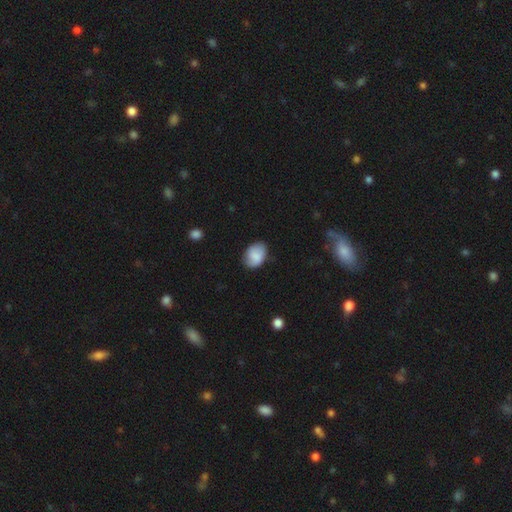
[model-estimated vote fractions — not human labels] The model was most divided on "how rounded": in between: 76%, round: 23%, cigar-shaped: 1%. More confident: smooth or featured — smooth (79%); merging — none (74%).